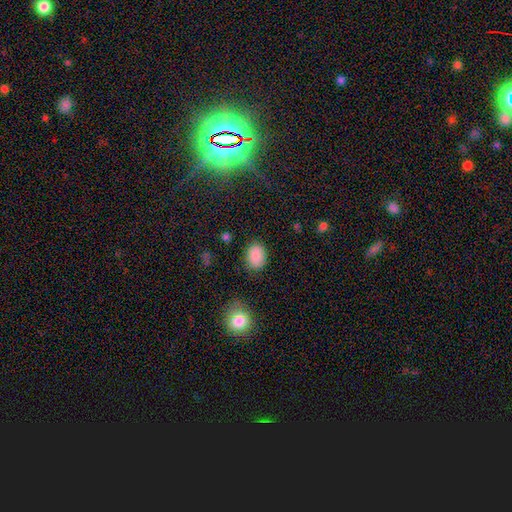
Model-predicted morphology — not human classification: type=smooth (87%); roundness=in between (76%); merging=none (82%).